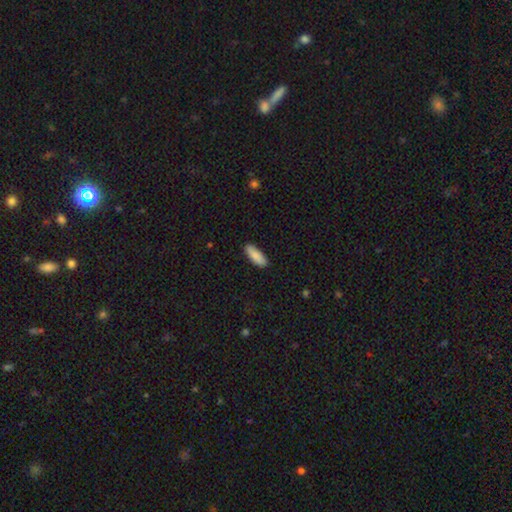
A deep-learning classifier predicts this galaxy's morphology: This appears to be a smooth galaxy with no disk features (89%) that is in between round and cigar-shaped (65%). Merging: none (87%).